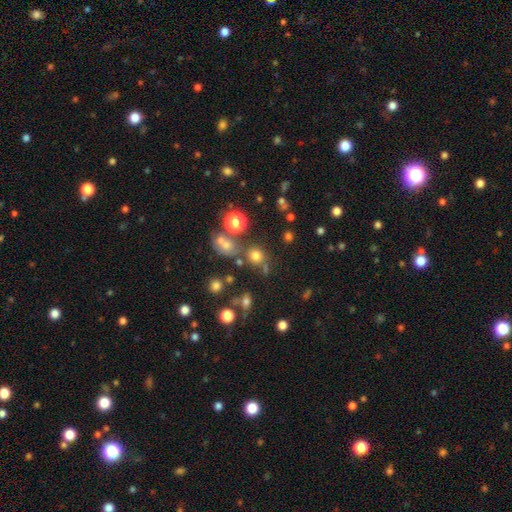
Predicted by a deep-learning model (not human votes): A smooth galaxy with no disk features (72%) that is round (85%).

Vote fractions:
- Smooth or featured? smooth: 72% / star or artifact: 20% / featured or disk: 8%
- How rounded? round: 85% / in between: 14% / cigar-shaped: 1%
- Merging? none: 70% / merger: 14% / minor disturbance: 10% / major disturbance: 5%